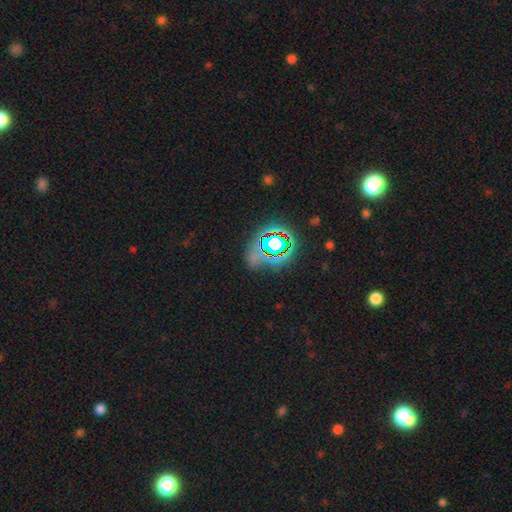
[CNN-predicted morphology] Smooth or featured? Predicted: star or artifact (p=0.62).